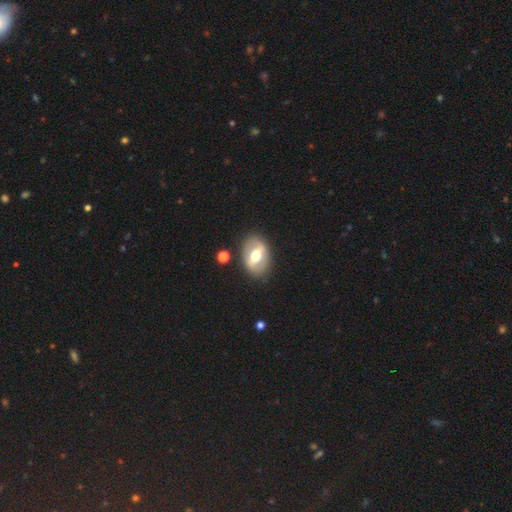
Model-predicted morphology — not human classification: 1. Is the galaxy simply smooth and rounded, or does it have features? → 59% featured or disk, 35% smooth, 6% star or artifact.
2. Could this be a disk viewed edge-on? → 87% no, 13% yes.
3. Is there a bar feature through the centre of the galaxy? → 55% strong, 30% weak, 15% no.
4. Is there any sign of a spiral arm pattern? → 75% no, 25% yes.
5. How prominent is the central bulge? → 64% moderate, 26% large, 7% small, 2% dominant, 1% none.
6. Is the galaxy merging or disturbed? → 82% none, 11% minor disturbance, 4% major disturbance, 3% merger.